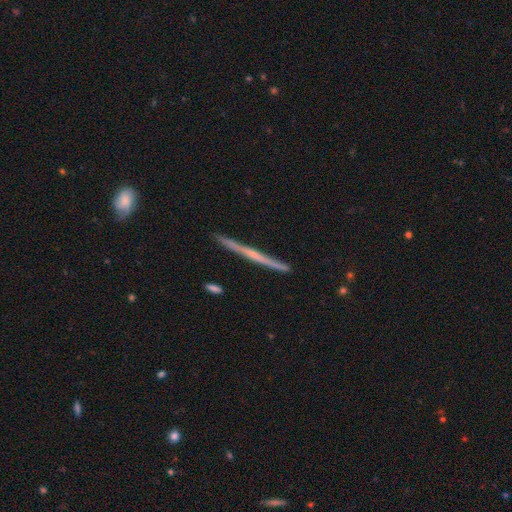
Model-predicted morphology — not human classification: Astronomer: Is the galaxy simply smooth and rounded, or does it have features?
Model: featured or disk — 68%.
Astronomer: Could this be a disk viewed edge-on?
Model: yes — 98%.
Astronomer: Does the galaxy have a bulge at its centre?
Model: none — 63%.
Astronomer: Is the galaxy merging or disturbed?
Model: none — 91%.